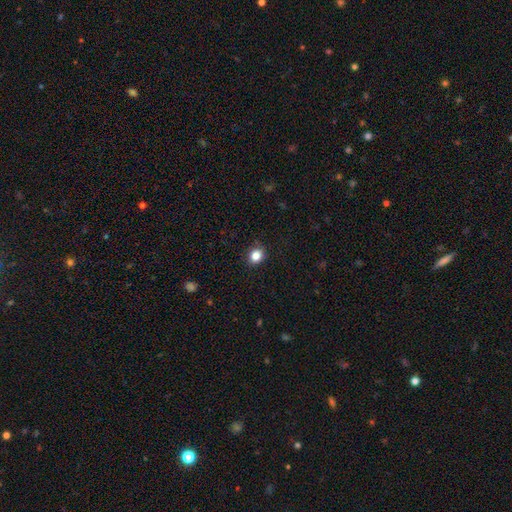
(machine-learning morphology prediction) This appears to be a smooth galaxy with no disk features (85%) that is round (67%). Merging: none (86%).